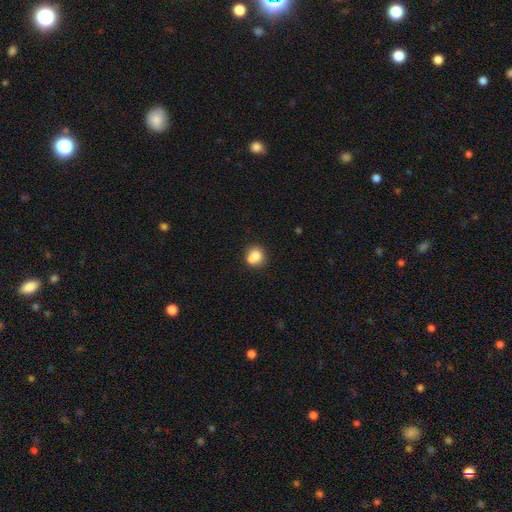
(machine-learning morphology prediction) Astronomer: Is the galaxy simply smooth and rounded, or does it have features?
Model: smooth — 77%.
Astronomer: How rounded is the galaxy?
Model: round — 80%.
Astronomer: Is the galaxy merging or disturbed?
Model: none — 50% (runner-up: merger, 34%).